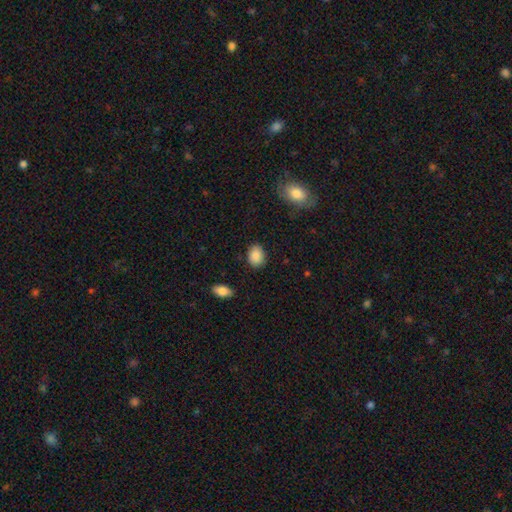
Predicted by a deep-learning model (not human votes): This is clearly a smooth galaxy (89%). How rounded: likely in between (68%). Merging: clearly none (85%).